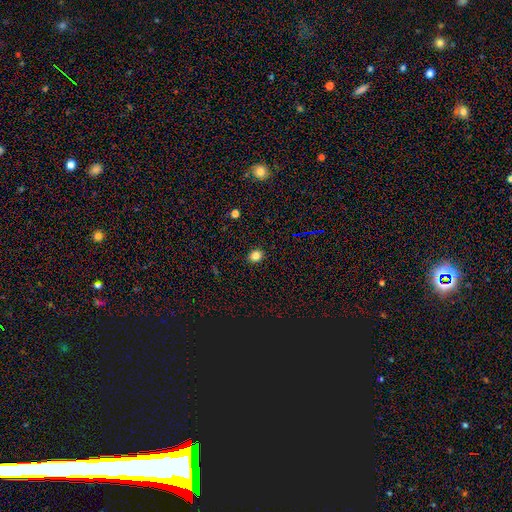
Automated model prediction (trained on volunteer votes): A smooth galaxy with no disk features (82%) that is round (68%).

Vote fractions:
- Smooth or featured? smooth: 82% / star or artifact: 13% / featured or disk: 5%
- How rounded? round: 68% / in between: 31% / cigar-shaped: 1%
- Merging? none: 91% / minor disturbance: 6% / major disturbance: 2% / merger: 1%